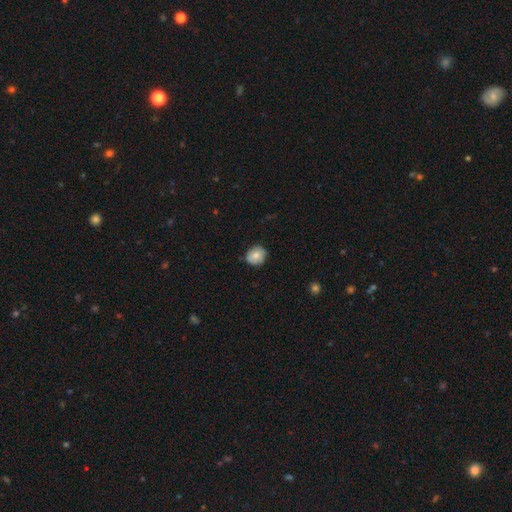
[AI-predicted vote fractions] Smooth or featured?
  - smooth: 76% *
  - featured or disk: 16%
  - star or artifact: 8%
How rounded?
  - round: 81% *
  - in between: 18%
  - cigar-shaped: 1%
Merging?
  - none: 80% *
  - minor disturbance: 16%
  - major disturbance: 2%
  - merger: 1%